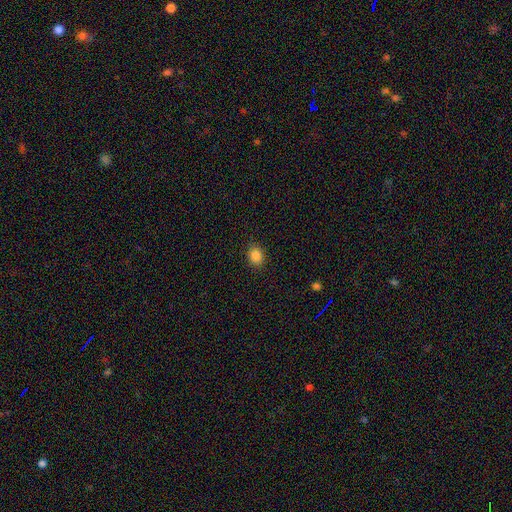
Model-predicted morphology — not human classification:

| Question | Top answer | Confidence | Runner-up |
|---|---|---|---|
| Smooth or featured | smooth | 85% | star or artifact (11%) |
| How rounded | round | 52% | in between (47%) |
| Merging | none | 89% | minor disturbance (8%) |